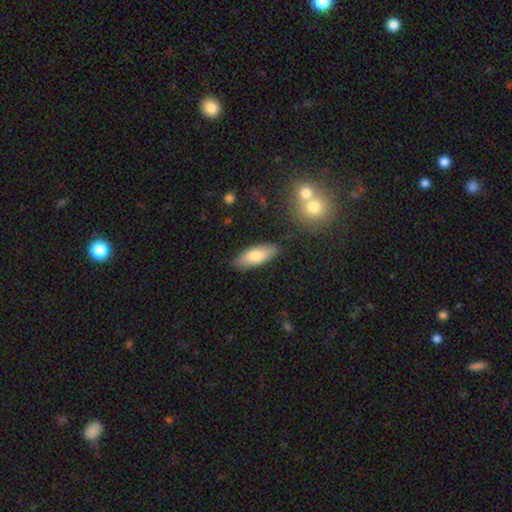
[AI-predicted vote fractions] This is likely a smooth galaxy (79%). How rounded: likely in between (74%). Merging: clearly none (84%).